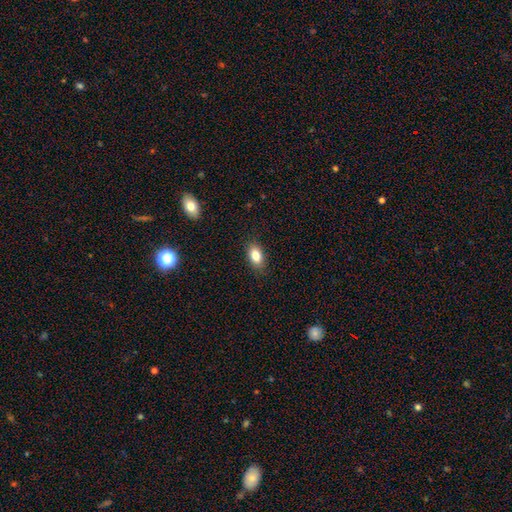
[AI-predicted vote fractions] Smooth or featured? smooth (82%)
How rounded? in between (89%)
Merging? none (87%)